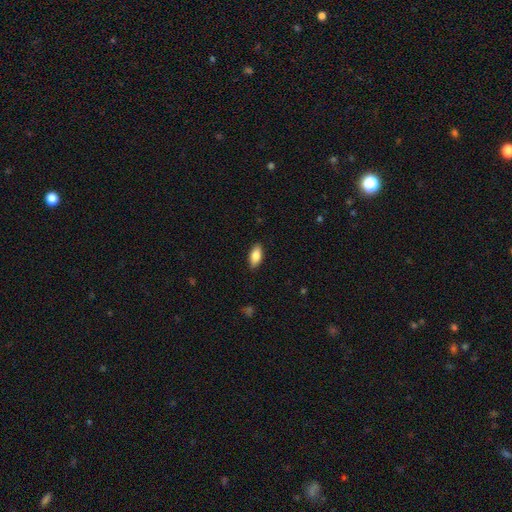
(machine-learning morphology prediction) Overall: smooth (84%). How rounded: in between (89%). Merging: none (88%).